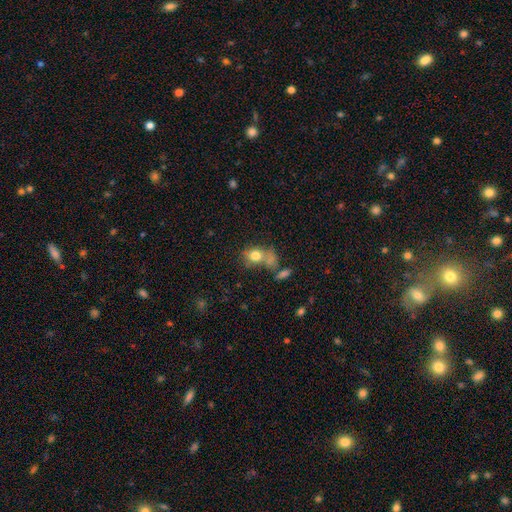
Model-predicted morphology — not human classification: This appears to be a smooth galaxy with no disk features (77%) that is in between round and cigar-shaped (50%). Merging: none (40%).